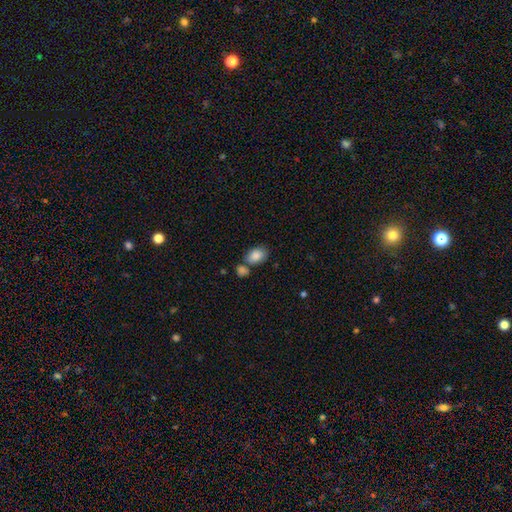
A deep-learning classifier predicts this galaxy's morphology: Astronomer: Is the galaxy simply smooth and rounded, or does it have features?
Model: smooth — 86%.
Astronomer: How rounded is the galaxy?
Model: in between — 79%.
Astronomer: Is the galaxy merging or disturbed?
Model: none — 55%.